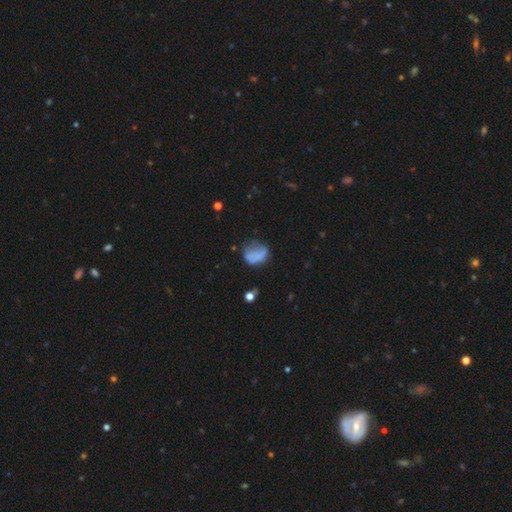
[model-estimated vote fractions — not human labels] Overall: smooth (62%; featured or disk 26%). How rounded: round (49%, tied with in between). Merging: none (38%; minor disturbance 29%).